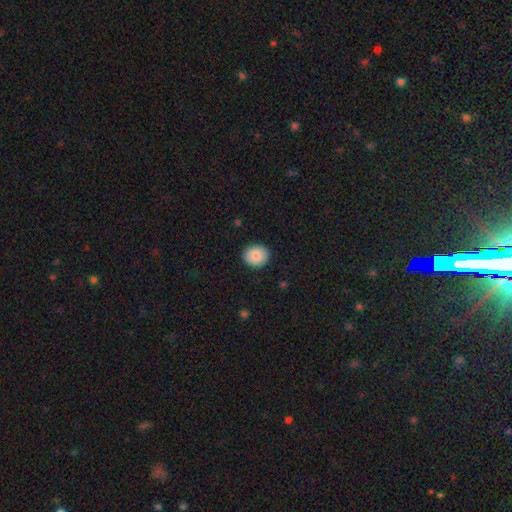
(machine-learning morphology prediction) A smooth galaxy with no disk features (88%) that is round (71%).

Vote fractions:
- Smooth or featured? smooth: 88% / star or artifact: 7% / featured or disk: 4%
- How rounded? round: 71% / in between: 28% / cigar-shaped: 1%
- Merging? none: 90% / minor disturbance: 7% / major disturbance: 2% / merger: 1%